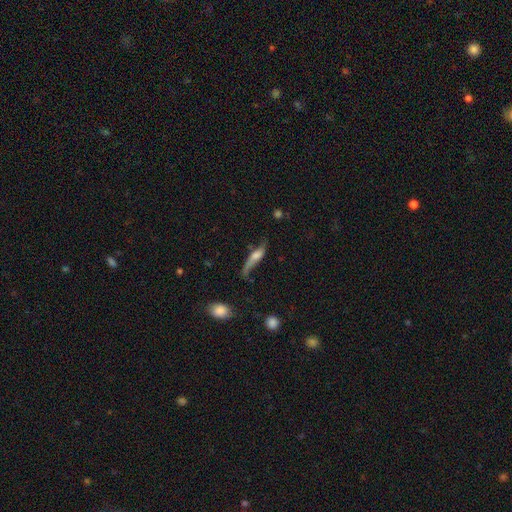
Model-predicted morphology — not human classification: Overall: featured or disk (53%; smooth 39%). Edge-on disk: yes (50%, tied with no). Merging: none (41%; minor disturbance 28%).